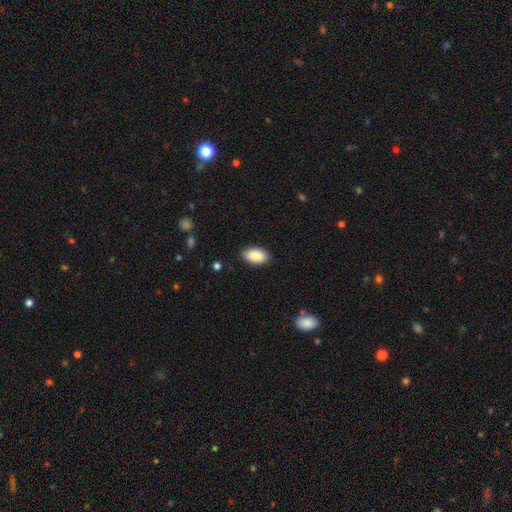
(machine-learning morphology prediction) Smooth or featured? Predicted: smooth (p=0.90). How rounded? Predicted: in between (p=0.95). Merging? Predicted: none (p=0.87).